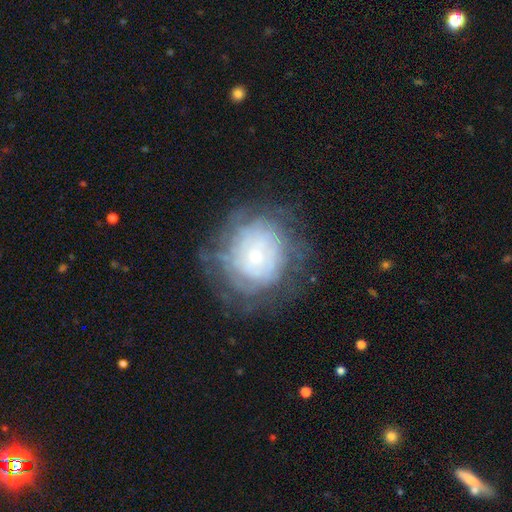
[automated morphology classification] A featured or disk galaxy (60%) with no bar (81%), spiral arms (63%) and a small central bulge (64%). Merging: none (66%).